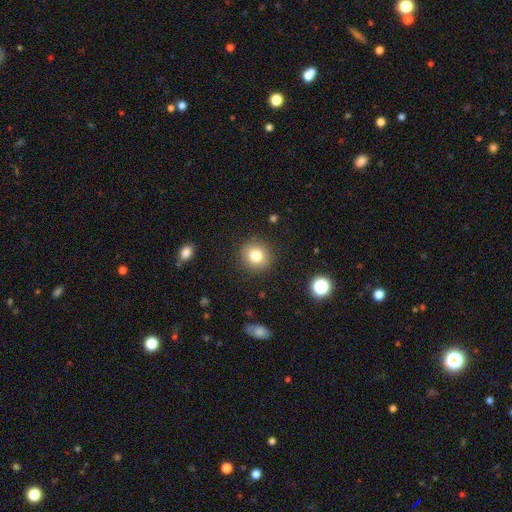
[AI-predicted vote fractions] smooth_or_featured: smooth (p=0.80) [alt: star or artifact p=0.11]
how_rounded: round (p=0.87) [alt: in between p=0.12]
merging: none (p=0.89) [alt: minor disturbance p=0.07]